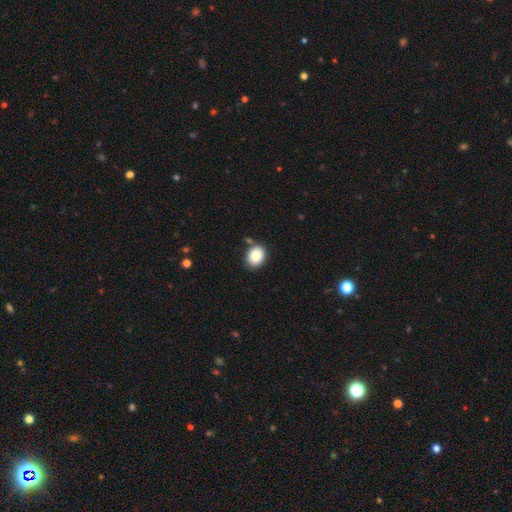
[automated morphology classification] Smooth or featured?
  - smooth: 84% *
  - star or artifact: 8%
  - featured or disk: 7%
How rounded?
  - in between: 57% *
  - round: 42%
  - cigar-shaped: 1%
Merging?
  - none: 81% *
  - minor disturbance: 11%
  - merger: 5%
  - major disturbance: 3%